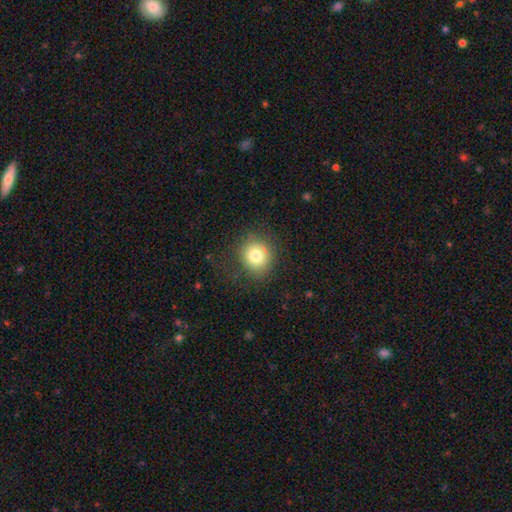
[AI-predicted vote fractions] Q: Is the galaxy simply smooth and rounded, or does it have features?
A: smooth — 78%.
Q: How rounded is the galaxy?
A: round — 82%.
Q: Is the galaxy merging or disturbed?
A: none — 77%.